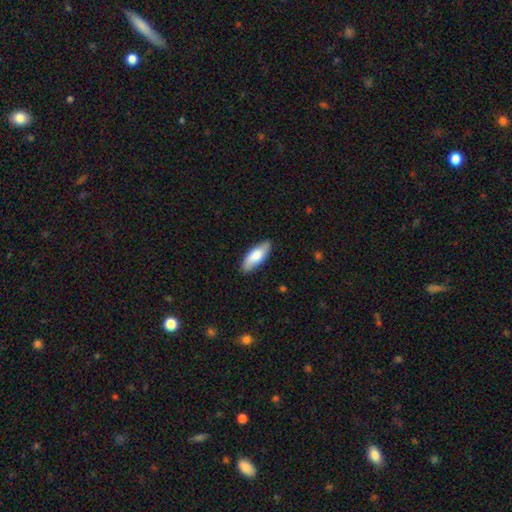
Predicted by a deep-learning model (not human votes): Smooth or featured? Predicted: smooth (p=0.76). How rounded? Predicted: in between (p=0.74). Merging? Predicted: none (p=0.86).